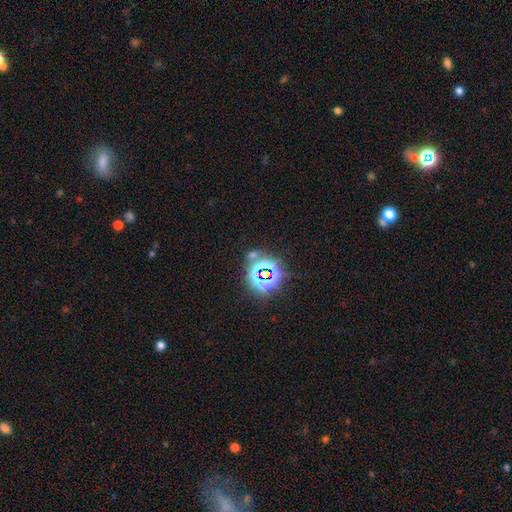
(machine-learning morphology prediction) Smooth or featured? star or artifact (79%)